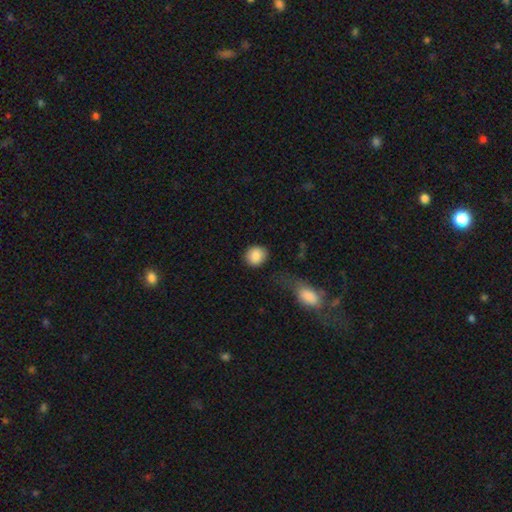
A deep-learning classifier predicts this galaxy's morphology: smooth 88%, star or artifact 7%, featured or disk 5%. Down the decision tree: how rounded — round (79%); merging — none (81%).